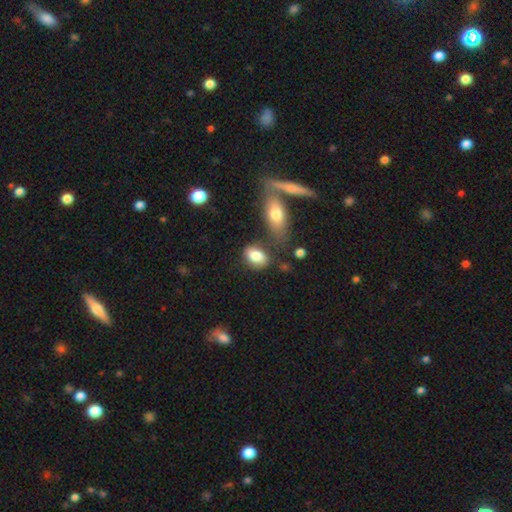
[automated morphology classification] Smooth or featured?
  - smooth: 81% *
  - featured or disk: 11%
  - star or artifact: 8%
How rounded?
  - in between: 80% *
  - round: 17%
  - cigar-shaped: 2%
Merging?
  - none: 63% *
  - minor disturbance: 18%
  - merger: 13%
  - major disturbance: 6%